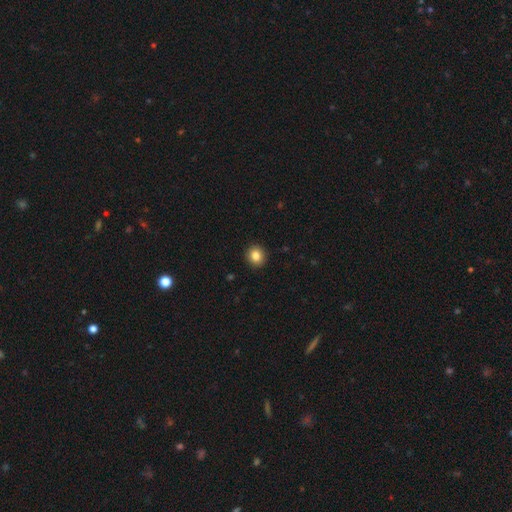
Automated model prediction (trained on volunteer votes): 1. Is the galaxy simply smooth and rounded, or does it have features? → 85% smooth, 10% star or artifact, 6% featured or disk.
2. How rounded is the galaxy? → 88% round, 11% in between, 1% cigar-shaped.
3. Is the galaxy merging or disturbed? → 92% none, 5% minor disturbance, 2% major disturbance, 1% merger.